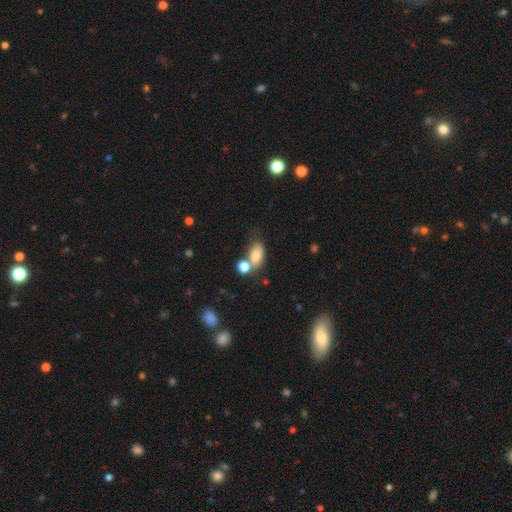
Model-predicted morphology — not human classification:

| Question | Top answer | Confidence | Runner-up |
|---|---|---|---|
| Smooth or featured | smooth | 78% | featured or disk (12%) |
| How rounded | in between | 83% | round (14%) |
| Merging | none | 48% | merger (31%) |